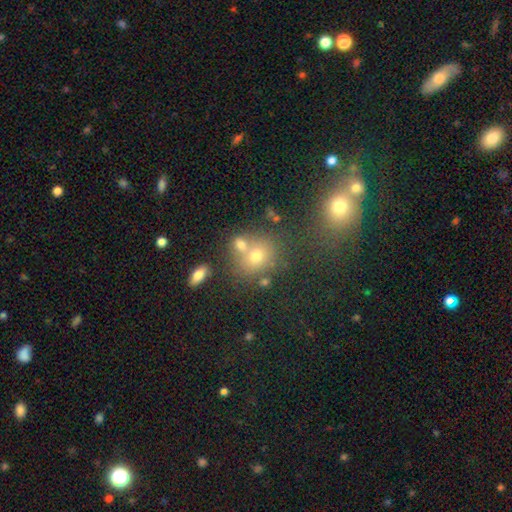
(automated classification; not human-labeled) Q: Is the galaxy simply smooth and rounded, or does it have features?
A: smooth — 67%.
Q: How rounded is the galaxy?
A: round — 73%.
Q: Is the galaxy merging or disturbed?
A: none — 54%.